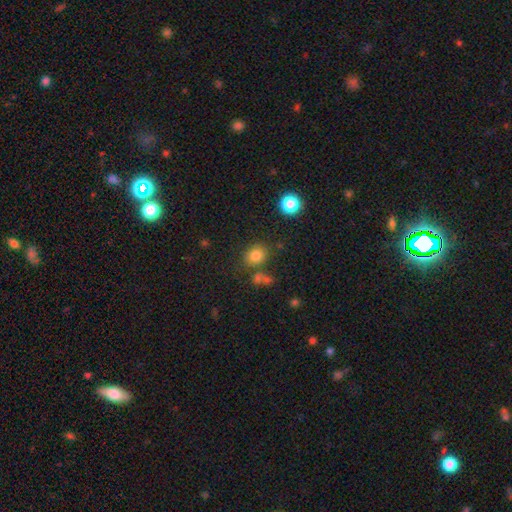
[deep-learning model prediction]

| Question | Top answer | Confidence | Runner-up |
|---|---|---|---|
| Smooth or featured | smooth | 80% | star or artifact (13%) |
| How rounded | round | 71% | in between (28%) |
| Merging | none | 75% | minor disturbance (12%) |